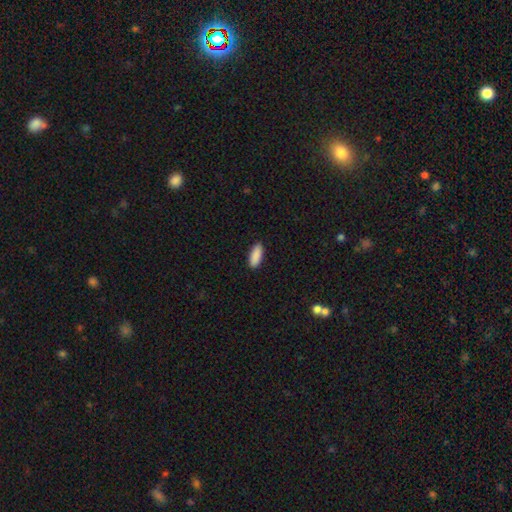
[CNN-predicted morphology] Smooth or featured: smooth — 91% (star or artifact — 6%)
How rounded: in between — 75% (cigar-shaped — 23%)
Merging: none — 90% (minor disturbance — 7%)